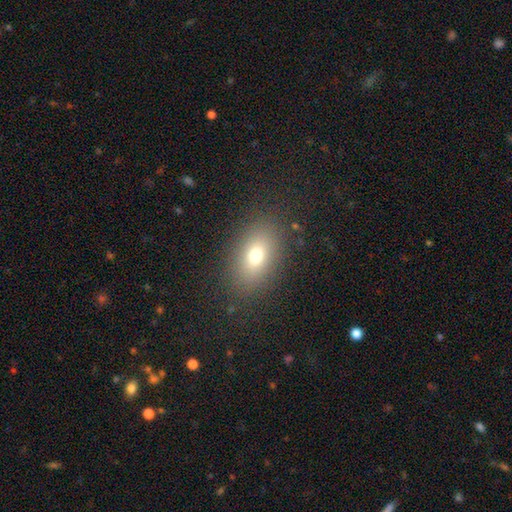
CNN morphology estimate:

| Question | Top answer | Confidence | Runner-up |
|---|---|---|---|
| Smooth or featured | smooth | 72% | featured or disk (14%) |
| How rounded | in between | 80% | round (18%) |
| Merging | none | 85% | minor disturbance (9%) |